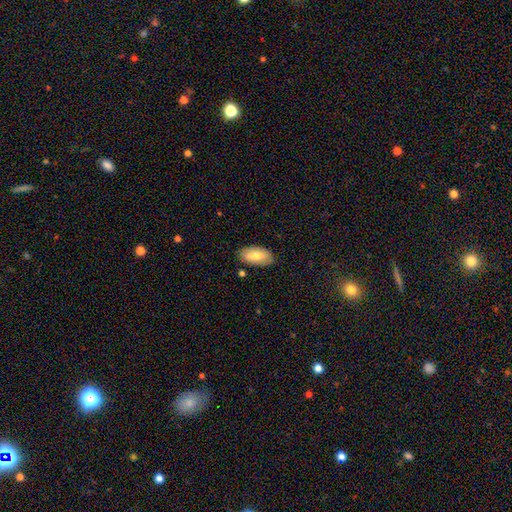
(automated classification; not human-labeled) A smooth galaxy with no disk features (73%) that is in between round and cigar-shaped (93%).

Vote fractions:
- Smooth or featured? smooth: 73% / featured or disk: 20% / star or artifact: 6%
- How rounded? in between: 93% / cigar-shaped: 3% / round: 3%
- Merging? none: 83% / minor disturbance: 13% / major disturbance: 3% / merger: 2%